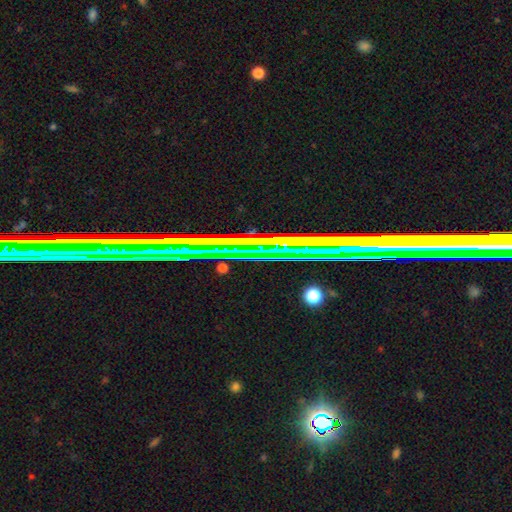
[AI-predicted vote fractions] Morphology: type=star or artifact (70%).